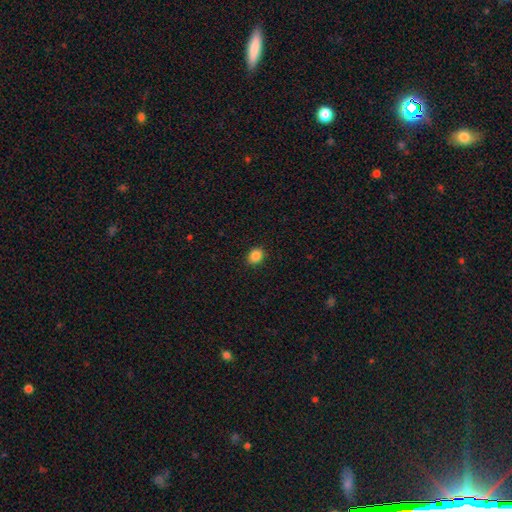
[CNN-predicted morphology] Smooth or featured? Predicted: smooth (p=0.87). How rounded? Predicted: round (p=0.63). Merging? Predicted: none (p=0.90).